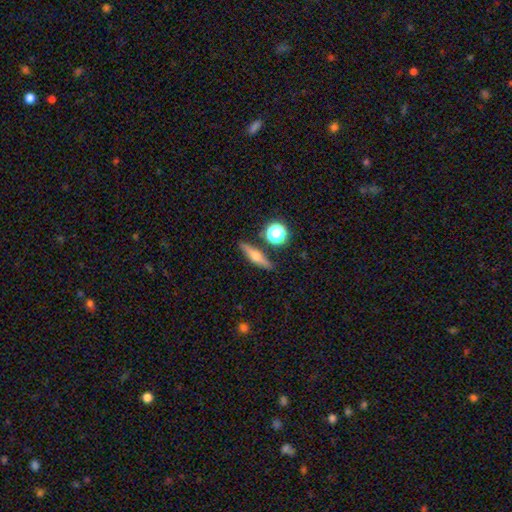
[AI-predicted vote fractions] featured or disk 50%, smooth 40%, star or artifact 9%. Down the decision tree: edge-on disk — yes (92%); merging — none (85%).